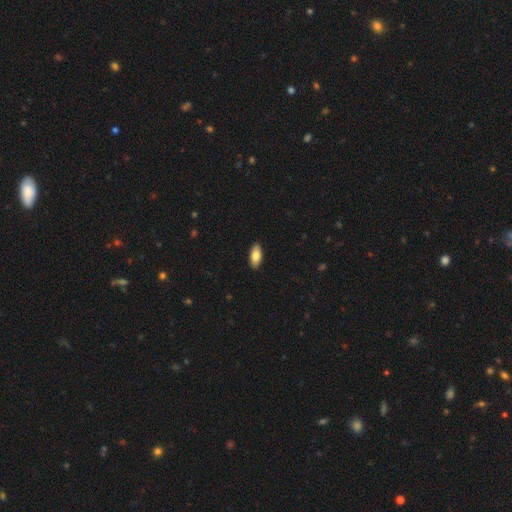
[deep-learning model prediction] smooth-or-featured: smooth: 81% | featured or disk: 13% | star or artifact: 6%
  how-rounded: in between: 88% | cigar-shaped: 10% | round: 2%
  merging: none: 91% | minor disturbance: 7% | major disturbance: 1% | merger: 1%